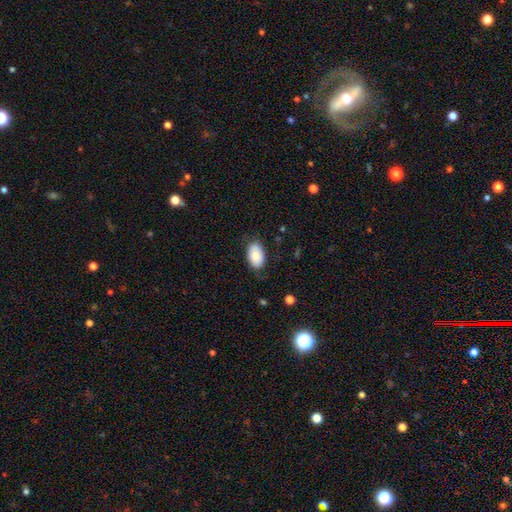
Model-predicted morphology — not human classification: This is clearly a smooth galaxy (80%). How rounded: clearly in between (93%). Merging: likely none (76%).